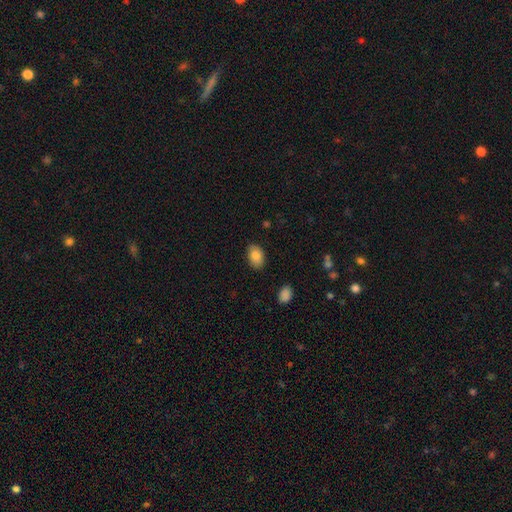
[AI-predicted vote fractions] Q: Smooth or featured?
A: smooth (85%); runner-up: featured or disk (7%)
Q: How rounded?
A: in between (87%); runner-up: round (12%)
Q: Merging?
A: none (83%); runner-up: minor disturbance (13%)